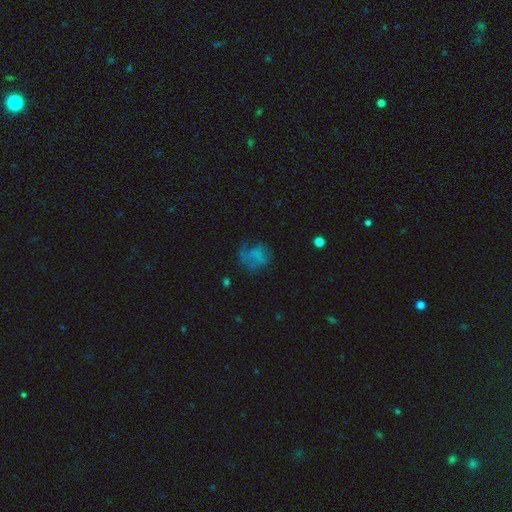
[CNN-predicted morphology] Smooth or featured? Predicted: smooth (p=0.50). How rounded? Predicted: round (p=0.56). Merging? Predicted: none (p=0.40).